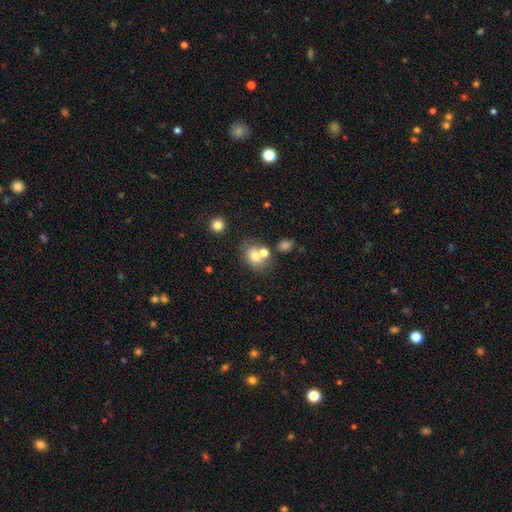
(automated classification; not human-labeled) A smooth galaxy with no disk features (71%) that is in between round and cigar-shaped (54%).

Vote fractions:
- Smooth or featured? smooth: 71% / featured or disk: 17% / star or artifact: 12%
- How rounded? in between: 54% / round: 45% / cigar-shaped: 1%
- Merging? none: 49% / merger: 35% / minor disturbance: 12% / major disturbance: 5%